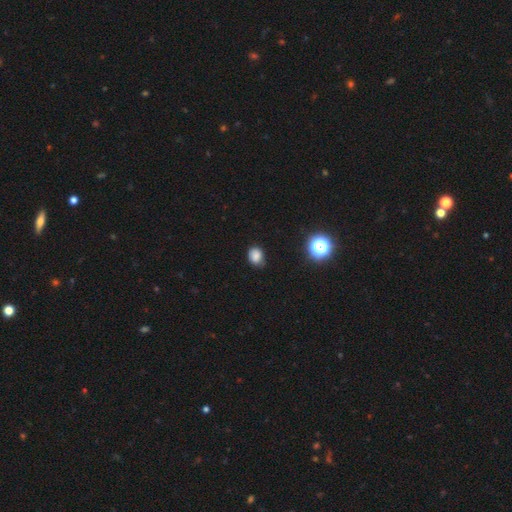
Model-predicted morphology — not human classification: smooth_or_featured: smooth (p=0.81) [alt: star or artifact p=0.13]
how_rounded: in between (p=0.51) [alt: round p=0.48]
merging: none (p=0.71) [alt: minor disturbance p=0.23]